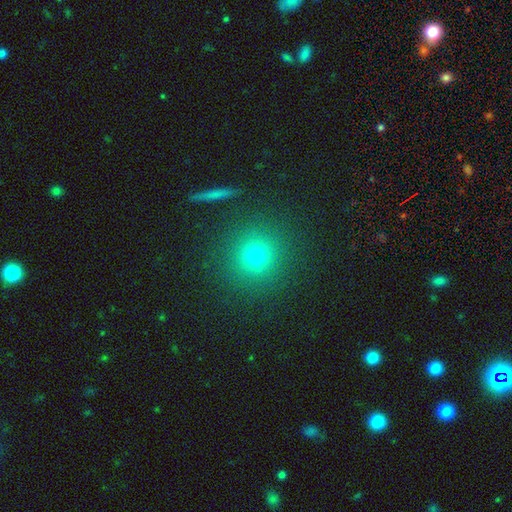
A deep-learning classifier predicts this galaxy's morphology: Smooth or featured: smooth — 70% (star or artifact — 20%)
How rounded: round — 93% (in between — 6%)
Merging: none — 87% (minor disturbance — 7%)